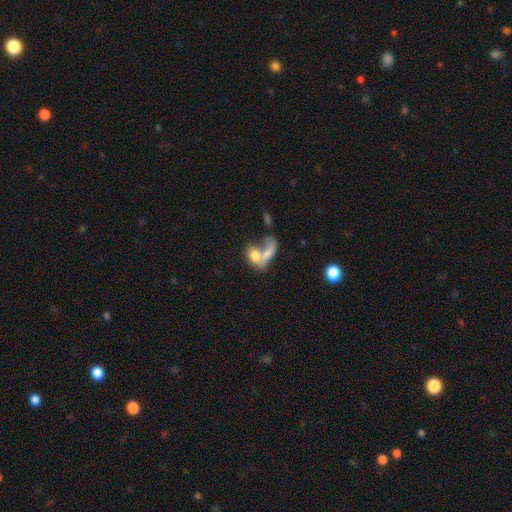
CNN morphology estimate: smooth 70%, featured or disk 21%, star or artifact 8%. Down the decision tree: how rounded — in between (79%); merging — merger (67%).